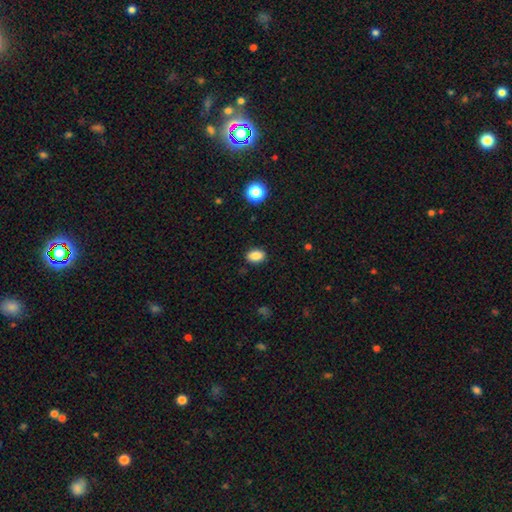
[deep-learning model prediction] Smooth or featured? Predicted: smooth (p=0.86). How rounded? Predicted: in between (p=0.80). Merging? Predicted: none (p=0.88).